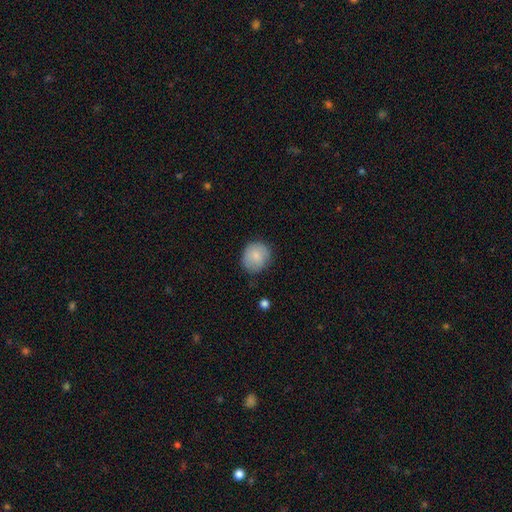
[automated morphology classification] A smooth galaxy with no disk features (82%) that is round (83%). Merging: none (76%).